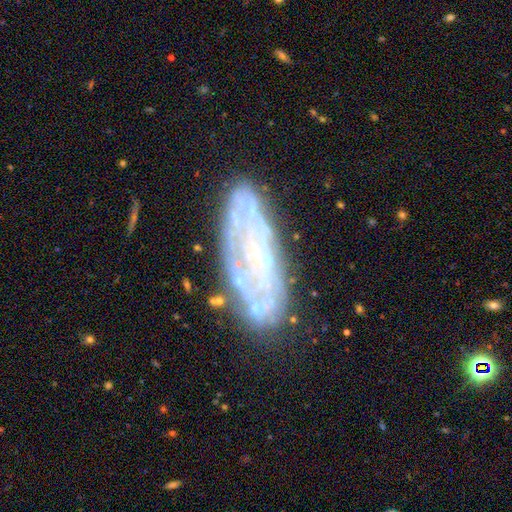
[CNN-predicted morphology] Overall: featured or disk (73%). Edge-on disk: no (81%). Bar: no (75%). Spiral arms: yes (59%; no 41%). Bulge size: small (70%). Merging: none (76%).